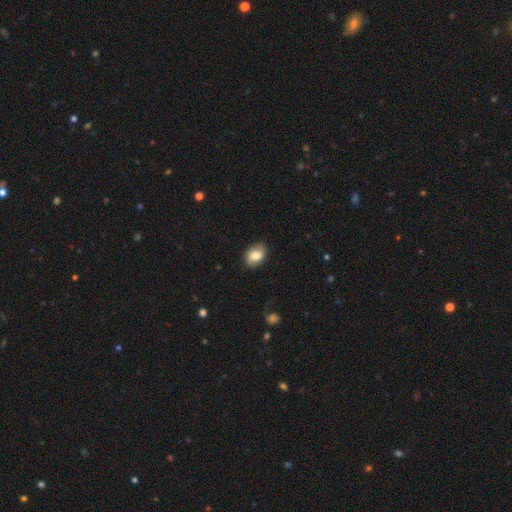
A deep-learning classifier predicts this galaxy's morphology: Smooth or featured? Predicted: smooth (p=0.78). How rounded? Predicted: in between (p=0.80). Merging? Predicted: none (p=0.84).